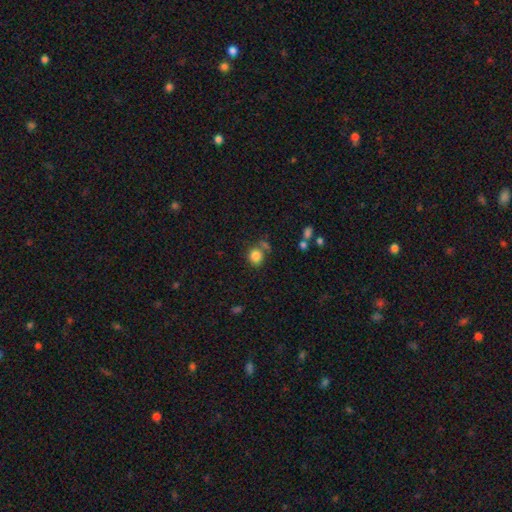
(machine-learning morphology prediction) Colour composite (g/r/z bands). It shows a smooth galaxy with no disk features (83%) that is round (81%). Merging: none (67%).